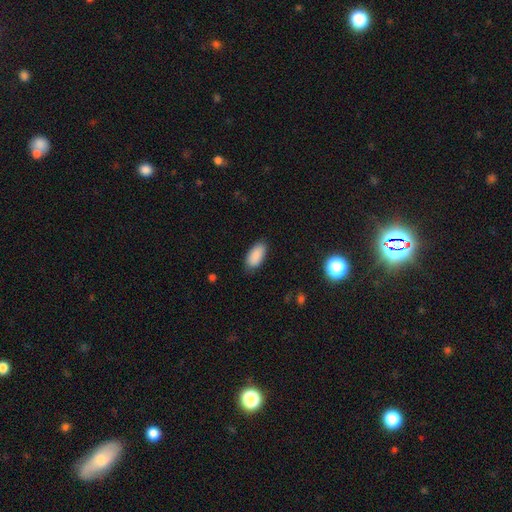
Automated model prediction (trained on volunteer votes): The model was most divided on "merging": none: 82%, minor disturbance: 14%, major disturbance: 3%, merger: 1%. More confident: how rounded — in between (94%); smooth or featured — smooth (89%).